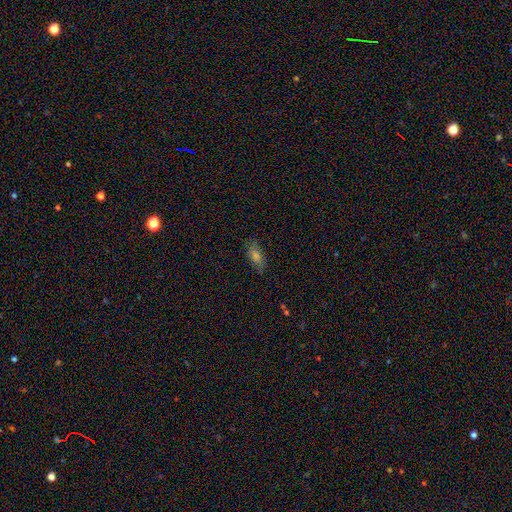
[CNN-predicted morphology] Q: Smooth or featured?
A: smooth (49%); runner-up: featured or disk (29%)
Q: Merging?
A: none (79%); runner-up: minor disturbance (16%)